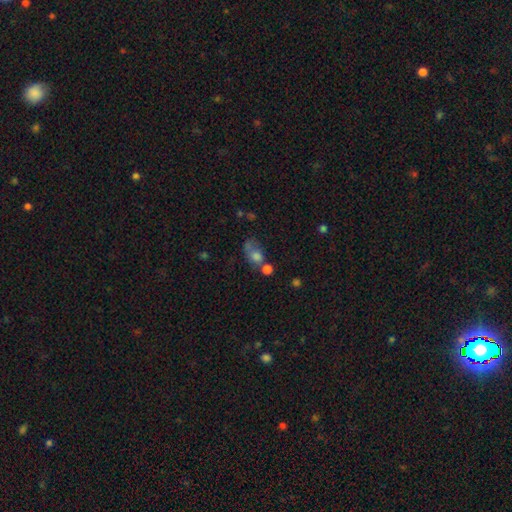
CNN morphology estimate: Smooth or featured? Predicted: smooth (p=0.71). How rounded? Predicted: in between (p=0.58). Merging? Predicted: merger (p=0.33).